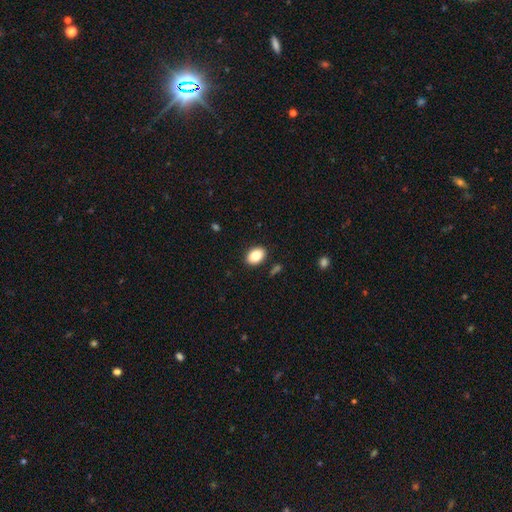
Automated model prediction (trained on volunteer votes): A smooth galaxy with no disk features (84%) that is in between round and cigar-shaped (84%). Merging: none (88%).